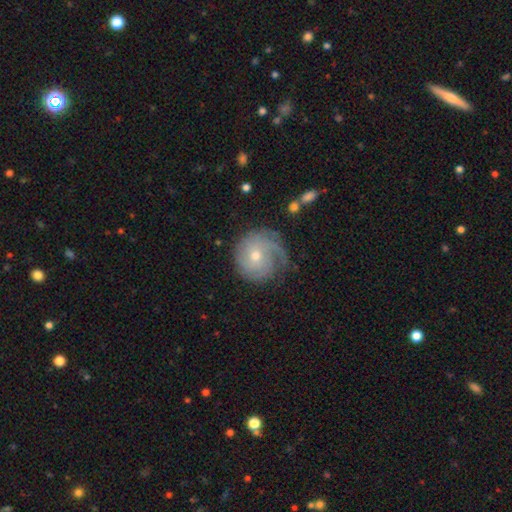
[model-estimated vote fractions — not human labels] Q: Smooth or featured?
A: featured or disk (67%); runner-up: smooth (25%)
Q: Edge-on disk?
A: no (97%); runner-up: yes (3%)
Q: Bar?
A: no (77%); runner-up: weak (20%)
Q: Spiral arms?
A: yes (88%); runner-up: no (12%)
Q: Spiral winding?
A: tight (59%); runner-up: medium (26%)
Q: Spiral arm count?
A: can't tell (33%); runner-up: 1 (29%)
Q: Bulge size?
A: moderate (50%); runner-up: small (46%)
Q: Merging?
A: none (62%); runner-up: minor disturbance (23%)